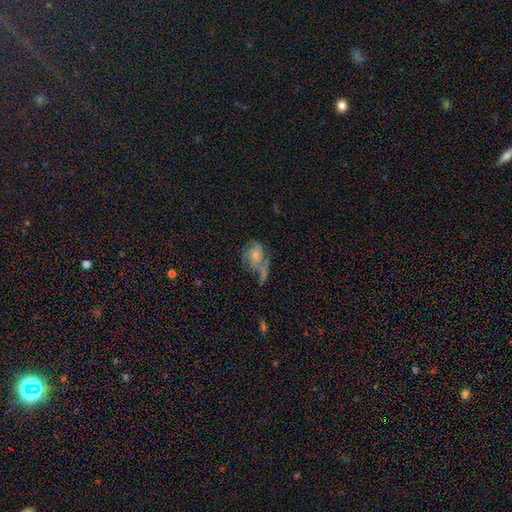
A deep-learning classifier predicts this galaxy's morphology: Overall: smooth (50%; featured or disk 41%). Merging: none (31%; major disturbance 24%).